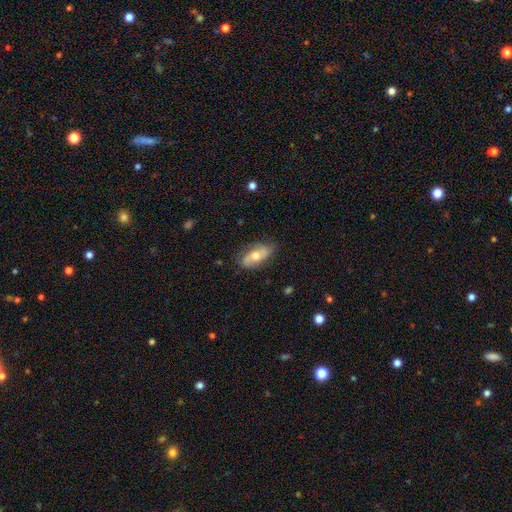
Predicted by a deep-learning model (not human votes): smooth-or-featured: featured or disk: 48% | smooth: 45% | star or artifact: 7%
  merging: none: 73% | minor disturbance: 20% | major disturbance: 6% | merger: 1%